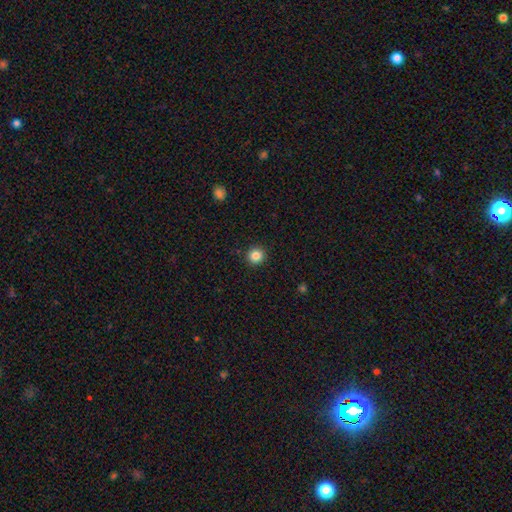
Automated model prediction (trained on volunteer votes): smooth 85%, star or artifact 11%, featured or disk 4%. Down the decision tree: how rounded — round (95%); merging — none (93%).